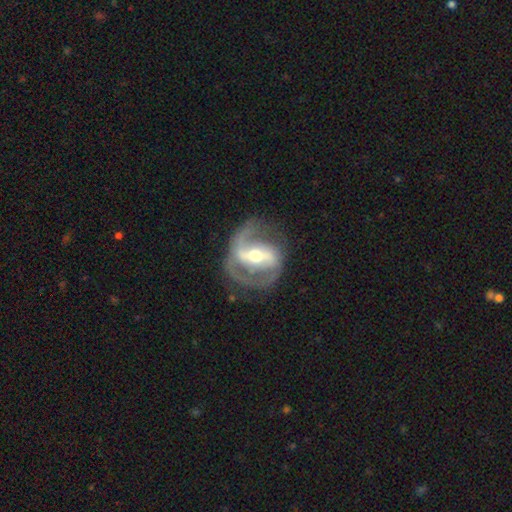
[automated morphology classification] Smooth or featured: featured or disk — 87% (smooth — 9%)
Edge-on disk: no — 96% (yes — 4%)
Bar: strong — 57% (weak — 29%)
Spiral arms: yes — 90% (no — 10%)
Spiral winding: medium — 50% (loose — 26%)
Spiral arm count: 2 — 85% (can't tell — 5%)
Bulge size: moderate — 69% (small — 21%)
Merging: none — 69% (minor disturbance — 17%)